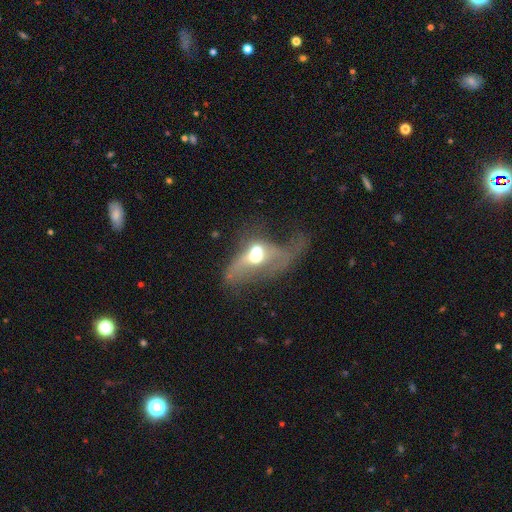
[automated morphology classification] smooth_or_featured: featured or disk (p=0.49) [alt: smooth p=0.40]
merging: merger (p=0.57) [alt: major disturbance p=0.27]